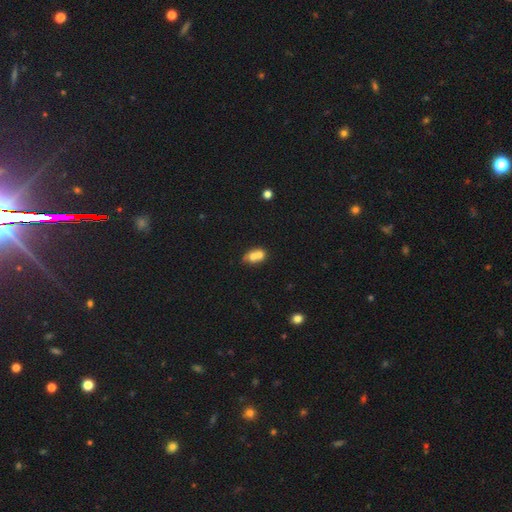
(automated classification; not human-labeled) A smooth galaxy with no disk features (64%) that is round (53%). Merging: merger (68%).